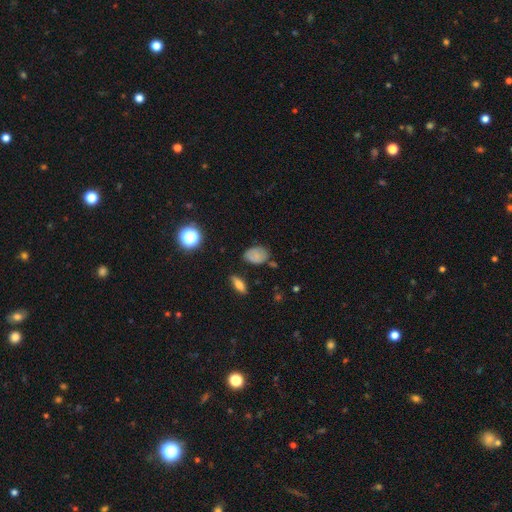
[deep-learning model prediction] Smooth or featured?
  - smooth: 73% *
  - featured or disk: 14%
  - star or artifact: 13%
How rounded?
  - in between: 80% *
  - round: 19%
  - cigar-shaped: 2%
Merging?
  - none: 66% *
  - minor disturbance: 24%
  - major disturbance: 6%
  - merger: 4%